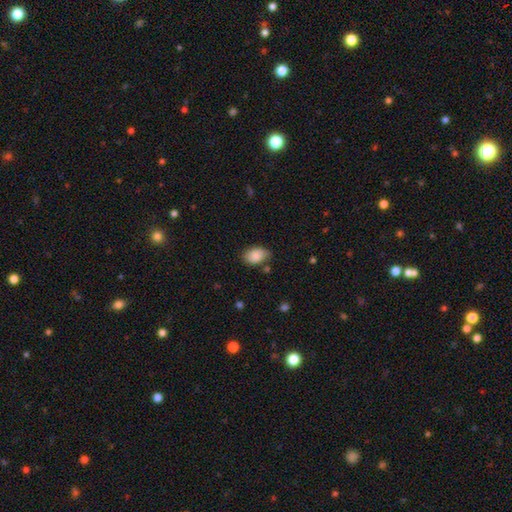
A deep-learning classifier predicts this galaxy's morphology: A smooth galaxy with no disk features (86%) that is in between round and cigar-shaped (86%). Merging: none (72%).